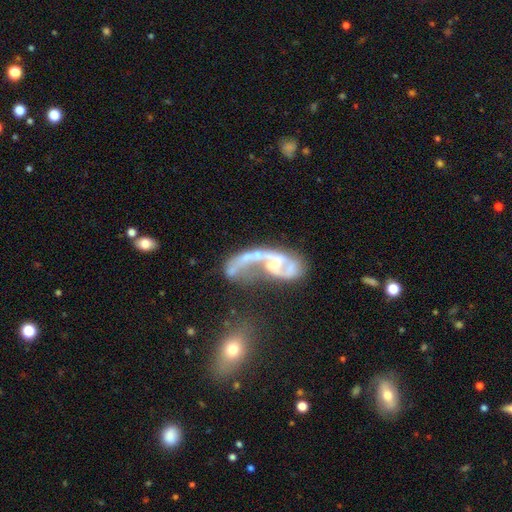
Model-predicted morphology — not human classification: Smooth or featured?
  - featured or disk: 77% *
  - smooth: 14%
  - star or artifact: 9%
Edge-on disk?
  - no: 95% *
  - yes: 5%
Bar?
  - no: 57% *
  - weak: 31%
  - strong: 12%
Spiral arms?
  - yes: 72% *
  - no: 28%
Spiral winding?
  - loose: 64% *
  - medium: 27%
  - tight: 9%
Spiral arm count?
  - 2: 50% *
  - 1: 34%
  - can't tell: 11%
  - 3: 2%
  - 4: 1%
  - more than 4: 1%
Bulge size?
  - small: 34% *
  - none: 32%
  - moderate: 27%
  - large: 5%
  - dominant: 2%
Merging?
  - major disturbance: 41% *
  - merger: 30%
  - none: 18%
  - minor disturbance: 11%